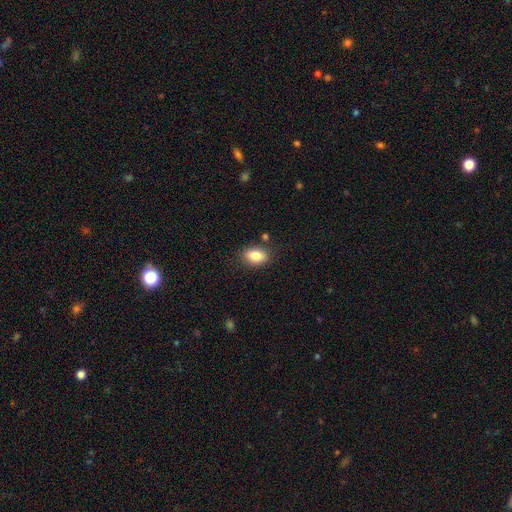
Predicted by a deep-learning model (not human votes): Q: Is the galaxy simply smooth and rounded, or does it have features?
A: smooth — 83%.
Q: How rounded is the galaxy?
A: in between — 84%.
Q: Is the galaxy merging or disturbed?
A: none — 83%.